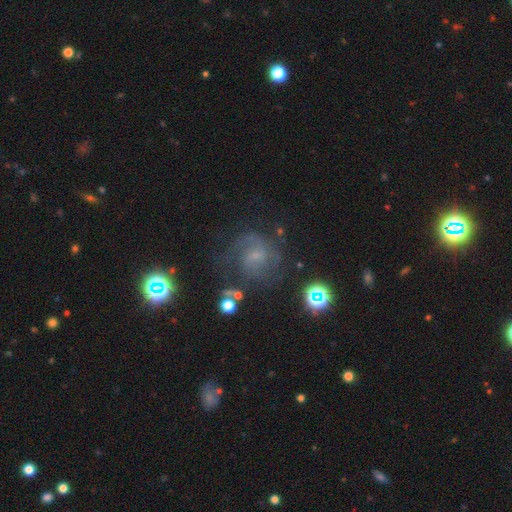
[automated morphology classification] Smooth or featured? featured or disk (61%)
Edge-on disk? no (98%)
Bar? weak (46%)
Spiral arms? yes (86%)
Spiral winding? medium (48%)
Spiral arm count? 2 (44%)
Bulge size? small (52%)
Merging? none (60%)